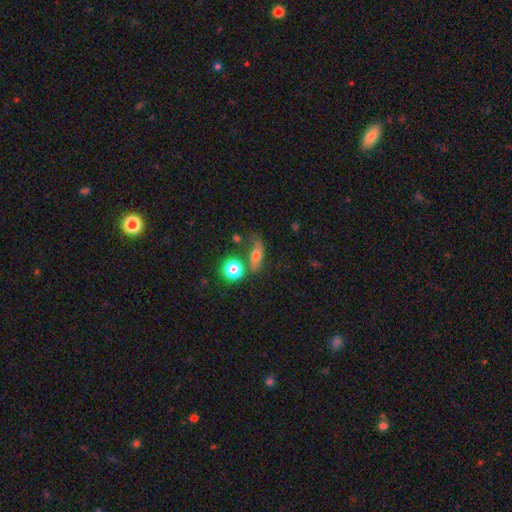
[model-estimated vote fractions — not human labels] A smooth galaxy with no disk features (65%) that is in between round and cigar-shaped (59%).

Vote fractions:
- Smooth or featured? smooth: 65% / featured or disk: 22% / star or artifact: 13%
- How rounded? in between: 59% / round: 21% / cigar-shaped: 20%
- Merging? none: 48% / minor disturbance: 21% / merger: 18% / major disturbance: 14%